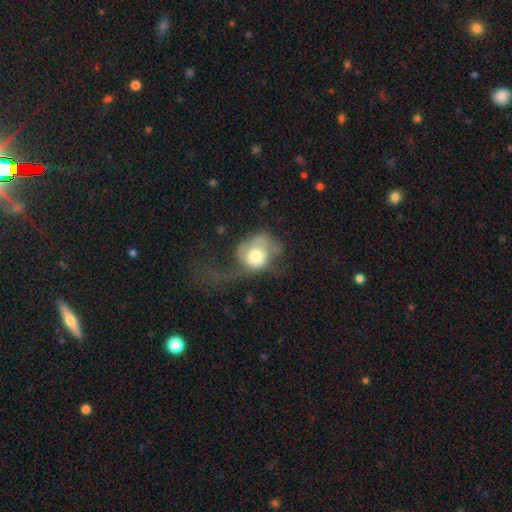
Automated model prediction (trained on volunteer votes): Smooth or featured: smooth — 50% (featured or disk — 42%)
How rounded: round — 66% (in between — 33%)
Merging: major disturbance — 58% (minor disturbance — 19%)